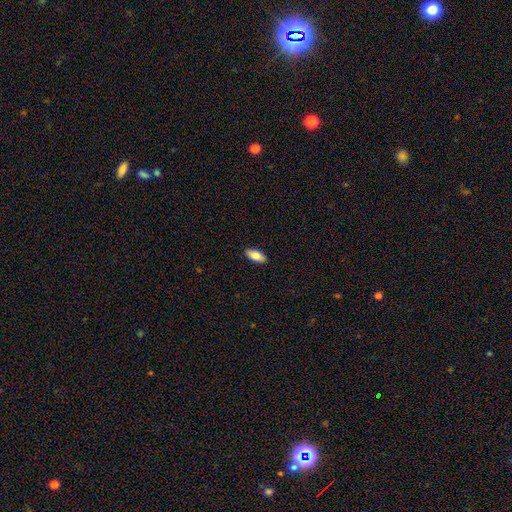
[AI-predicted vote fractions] Smooth or featured: smooth — 80% (featured or disk — 14%)
How rounded: in between — 85% (cigar-shaped — 13%)
Merging: none — 90% (minor disturbance — 7%)